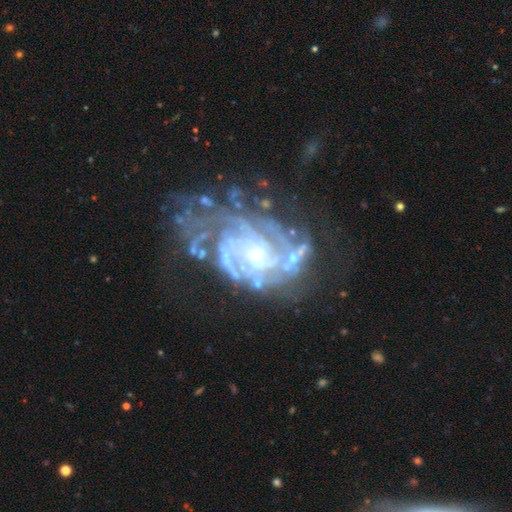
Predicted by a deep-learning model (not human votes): A featured or disk galaxy (90%) with no bar (64%), tight (64%) spiral arms (96%) and a small central bulge (63%).

Vote fractions:
- Smooth or featured? featured or disk: 90% / star or artifact: 6% / smooth: 4%
- Edge-on disk? no: 97% / yes: 3%
- Bar? no: 64% / weak: 27% / strong: 8%
- Spiral arms? yes: 96% / no: 4%
- Spiral winding? tight: 64% / medium: 30% / loose: 6%
- Spiral arm count? can't tell: 28% / 3: 20% / 4: 19% / 2: 15% / more than 4: 11% / 1: 7%
- Bulge size? small: 63% / moderate: 31% / none: 3% / large: 2% / dominant: 1%
- Merging? none: 49% / major disturbance: 23% / minor disturbance: 23% / merger: 5%